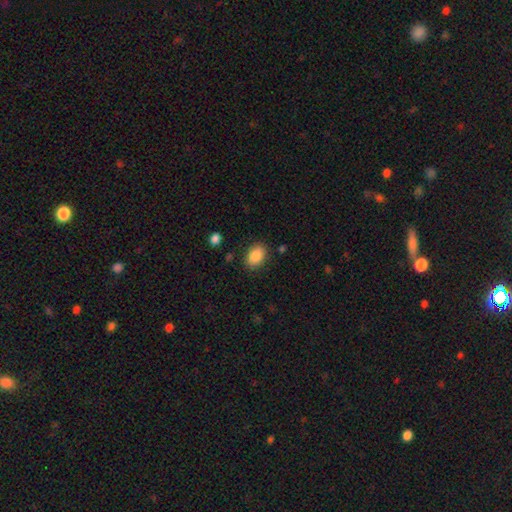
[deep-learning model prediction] A smooth galaxy with no disk features (87%) that is in between round and cigar-shaped (82%). Merging: none (86%).